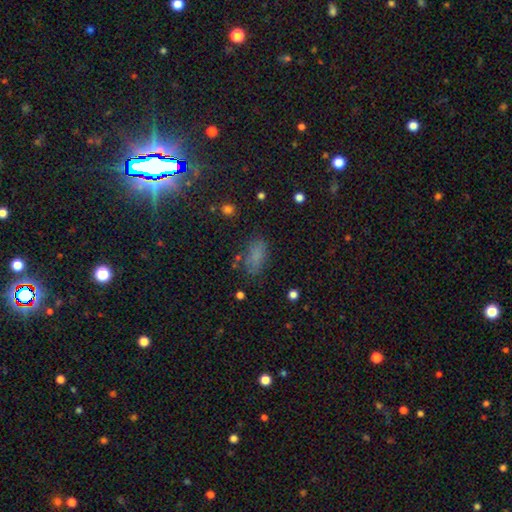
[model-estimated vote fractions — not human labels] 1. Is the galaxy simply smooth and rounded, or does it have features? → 66% smooth, 23% star or artifact, 11% featured or disk.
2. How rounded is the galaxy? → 87% in between, 7% cigar-shaped, 6% round.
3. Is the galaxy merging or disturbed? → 67% none, 20% minor disturbance, 9% major disturbance, 4% merger.